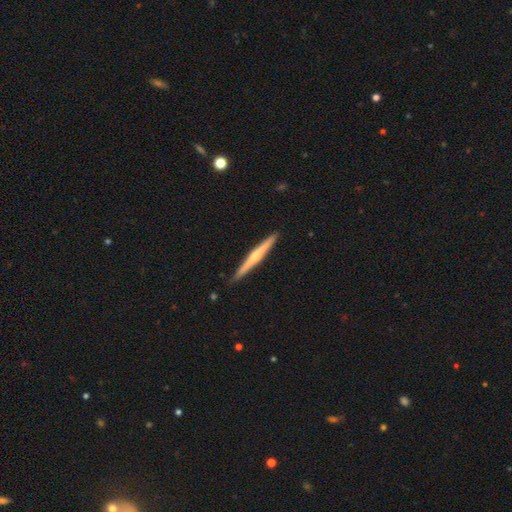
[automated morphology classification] Q: Smooth or featured?
A: featured or disk (62%); runner-up: smooth (33%)
Q: Edge-on disk?
A: yes (98%); runner-up: no (2%)
Q: Edge-on bulge?
A: rounded (67%); runner-up: none (25%)
Q: Merging?
A: none (90%); runner-up: minor disturbance (7%)